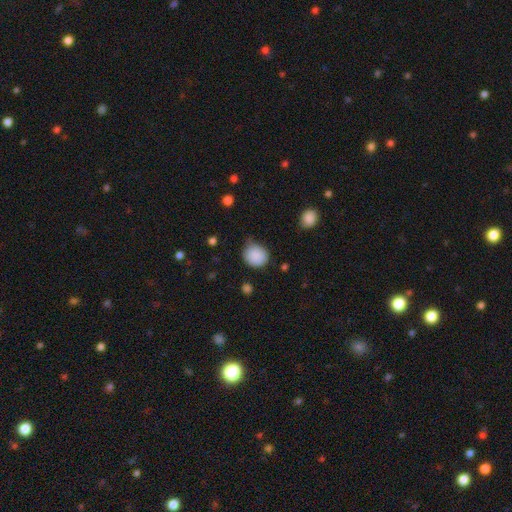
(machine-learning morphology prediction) type=smooth (87%); roundness=round (79%); merging=none (61%).